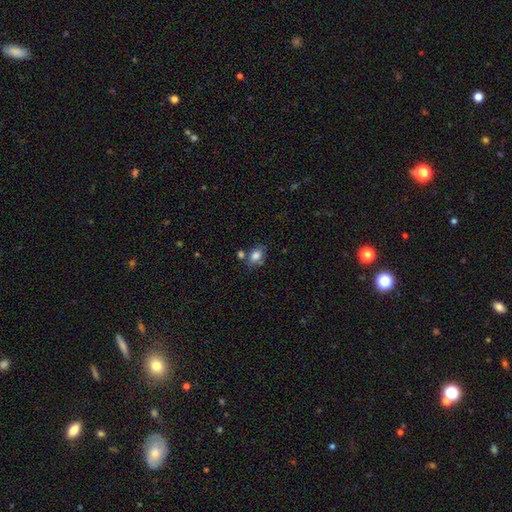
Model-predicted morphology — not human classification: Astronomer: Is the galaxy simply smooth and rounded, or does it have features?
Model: smooth — 80%.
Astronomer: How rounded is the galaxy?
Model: in between — 71%.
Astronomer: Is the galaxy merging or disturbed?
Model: none — 59%.